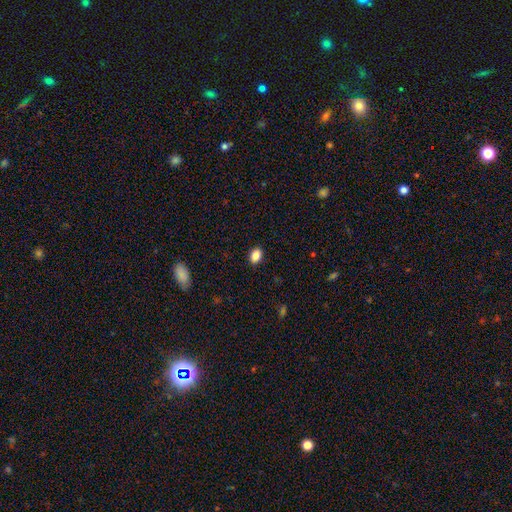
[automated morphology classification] smooth 87%, star or artifact 9%, featured or disk 4%. Down the decision tree: how rounded — in between (80%); merging — none (89%).